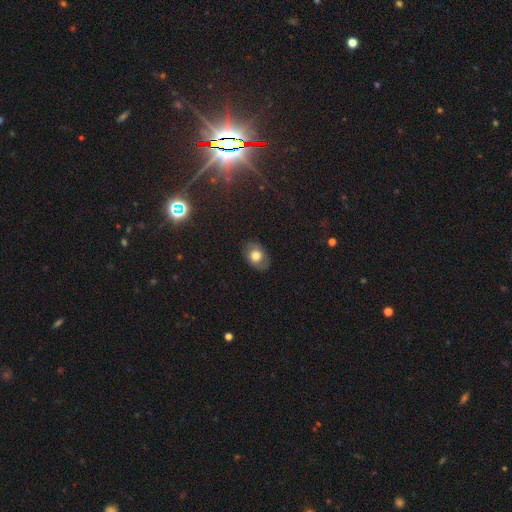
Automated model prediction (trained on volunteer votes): A smooth galaxy with no disk features (64%) that is in between round and cigar-shaped (73%).

Vote fractions:
- Smooth or featured? smooth: 64% / featured or disk: 25% / star or artifact: 11%
- How rounded? in between: 73% / round: 25% / cigar-shaped: 1%
- Merging? none: 81% / minor disturbance: 14% / major disturbance: 4% / merger: 1%